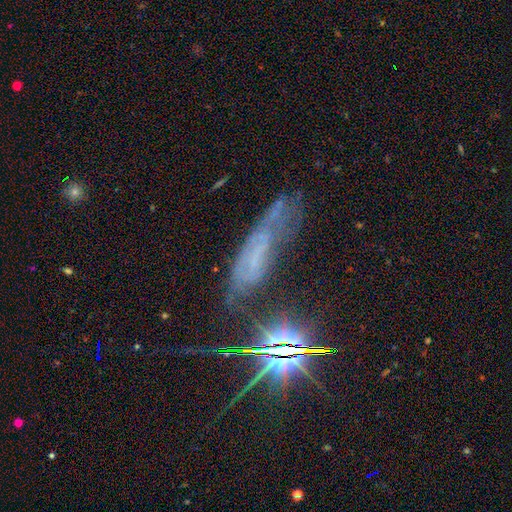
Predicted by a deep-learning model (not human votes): A featured or disk galaxy (48%). Merging: none (49%).